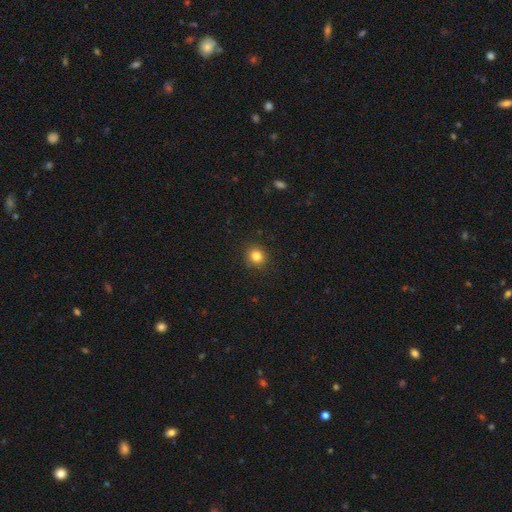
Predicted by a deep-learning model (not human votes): This appears to be a smooth galaxy with no disk features (82%) that is round (84%). Merging: none (90%).